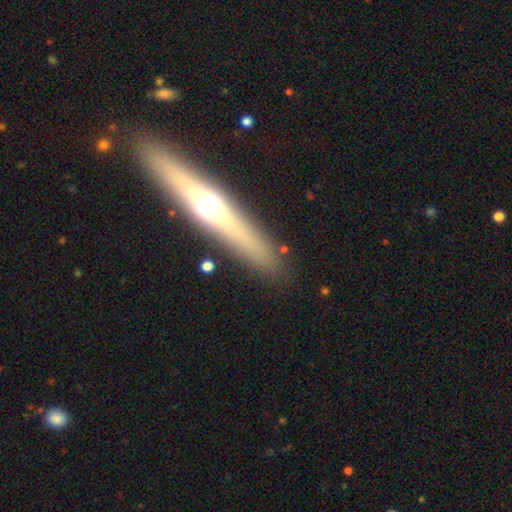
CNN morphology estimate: type=featured or disk (58%); edge-on=yes (92%); edge-on bulge=rounded (90%); merging=none (88%).